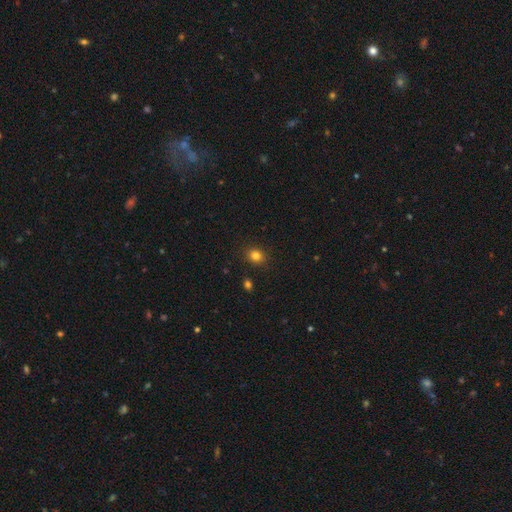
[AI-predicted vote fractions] Overall: smooth (82%). How rounded: round (69%; in between 30%). Merging: none (89%).